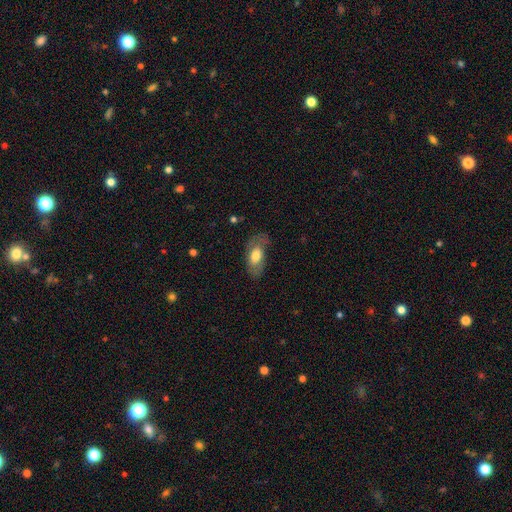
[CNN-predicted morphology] Smooth or featured? Predicted: smooth (p=0.59). How rounded? Predicted: in between (p=0.90). Merging? Predicted: none (p=0.61).